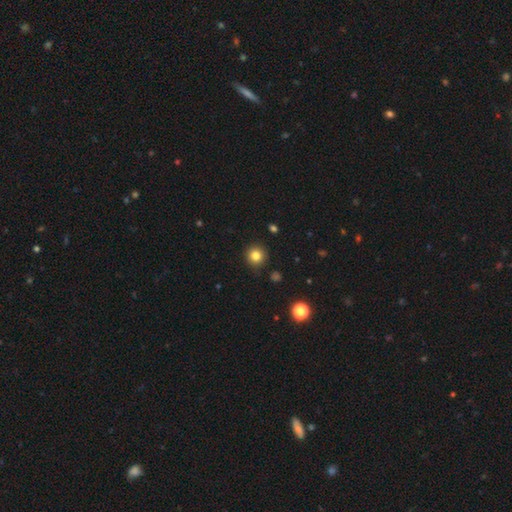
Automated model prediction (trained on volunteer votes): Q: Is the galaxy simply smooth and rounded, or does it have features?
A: smooth — 82%.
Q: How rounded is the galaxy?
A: round — 94%.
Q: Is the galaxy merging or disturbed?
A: none — 91%.